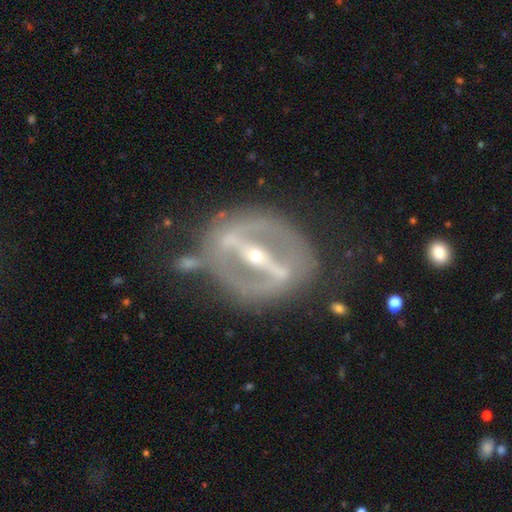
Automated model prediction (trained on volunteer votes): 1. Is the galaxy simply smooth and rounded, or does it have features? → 88% featured or disk, 7% smooth, 6% star or artifact.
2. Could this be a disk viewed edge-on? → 89% no, 11% yes.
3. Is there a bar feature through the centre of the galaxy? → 85% strong, 10% weak, 5% no.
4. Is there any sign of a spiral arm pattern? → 59% yes, 41% no.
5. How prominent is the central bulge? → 62% small, 34% moderate, 1% large, 1% none, 1% dominant.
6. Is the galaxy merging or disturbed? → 66% none, 17% minor disturbance, 12% major disturbance, 5% merger.